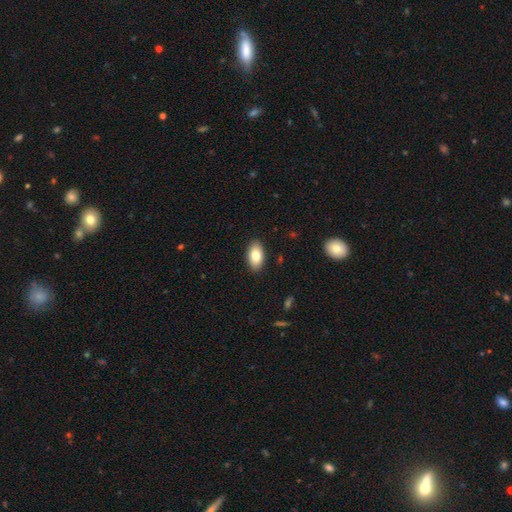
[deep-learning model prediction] Smooth or featured? Predicted: smooth (p=0.82). How rounded? Predicted: in between (p=0.93). Merging? Predicted: none (p=0.89).